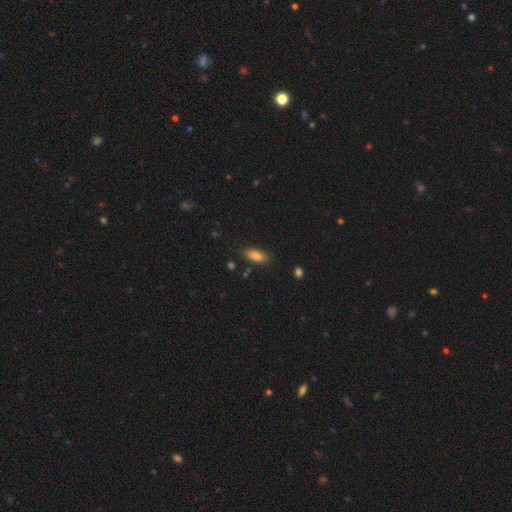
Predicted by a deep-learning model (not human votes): A smooth galaxy with no disk features (82%) that is in between round and cigar-shaped (79%).

Vote fractions:
- Smooth or featured? smooth: 82% / featured or disk: 10% / star or artifact: 8%
- How rounded? in between: 79% / cigar-shaped: 18% / round: 3%
- Merging? none: 83% / minor disturbance: 13% / major disturbance: 3% / merger: 2%